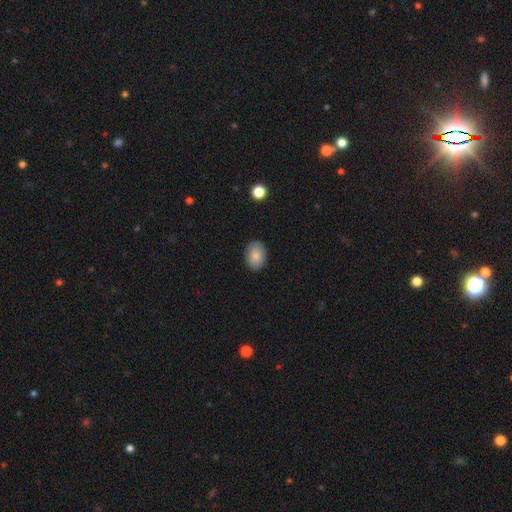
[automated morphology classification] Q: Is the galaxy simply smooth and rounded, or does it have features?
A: smooth — 86%.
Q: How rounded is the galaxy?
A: in between — 81%.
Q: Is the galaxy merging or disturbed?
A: none — 87%.